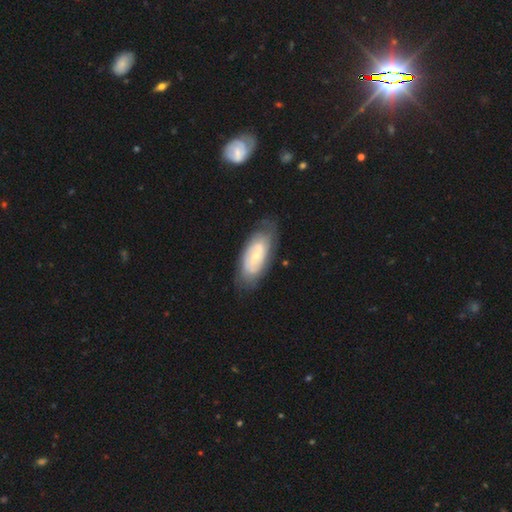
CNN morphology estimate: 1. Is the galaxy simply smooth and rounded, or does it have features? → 65% featured or disk, 29% smooth, 6% star or artifact.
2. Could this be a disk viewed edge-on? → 91% no, 9% yes.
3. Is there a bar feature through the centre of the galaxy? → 44% no, 41% weak, 14% strong.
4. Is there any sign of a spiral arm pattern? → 81% yes, 19% no.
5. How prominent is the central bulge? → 71% small, 23% moderate, 3% none, 2% large, 1% dominant.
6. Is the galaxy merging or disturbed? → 70% none, 21% minor disturbance, 7% major disturbance, 2% merger.